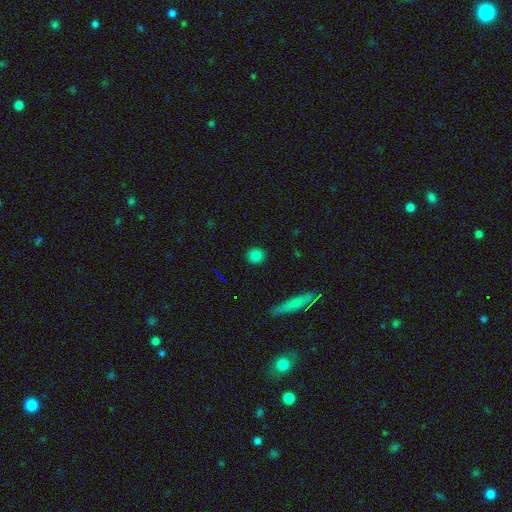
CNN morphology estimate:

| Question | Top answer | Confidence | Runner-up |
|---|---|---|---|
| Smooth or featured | smooth | 82% | star or artifact (11%) |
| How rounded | round | 87% | in between (11%) |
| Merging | none | 90% | minor disturbance (7%) |